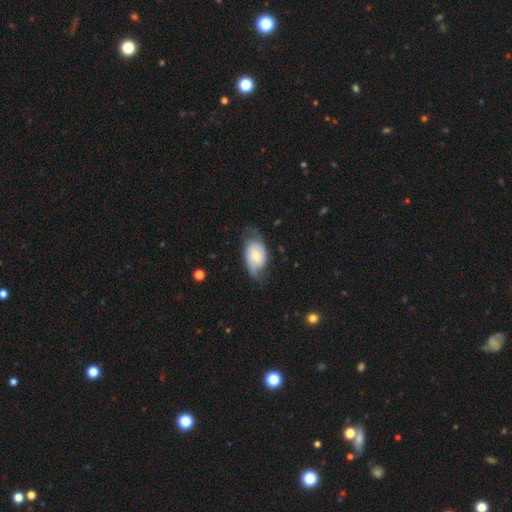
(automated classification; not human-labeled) smooth-or-featured: featured or disk: 53% | smooth: 41% | star or artifact: 6%
  disk-edge-on: no: 95% | yes: 5%
    bar: no: 57% | weak: 35% | strong: 9%
    has-spiral-arms: yes: 83% | no: 17%
    bulge-size: small: 42% | moderate: 41% | large: 9% | none: 5% | dominant: 2%
  merging: none: 54% | minor disturbance: 29% | major disturbance: 15% | merger: 1%